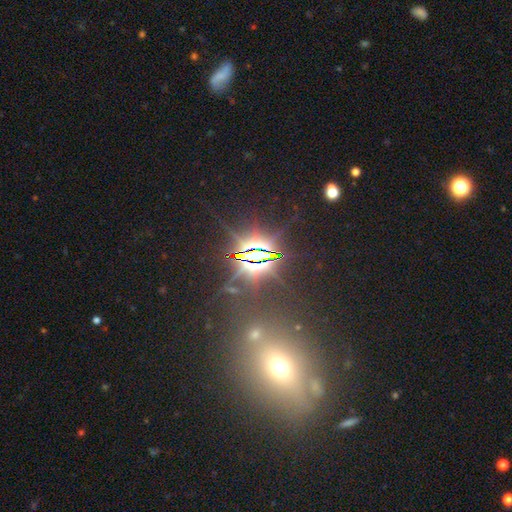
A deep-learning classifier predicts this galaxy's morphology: Smooth or featured: star or artifact — 84% (featured or disk — 9%)